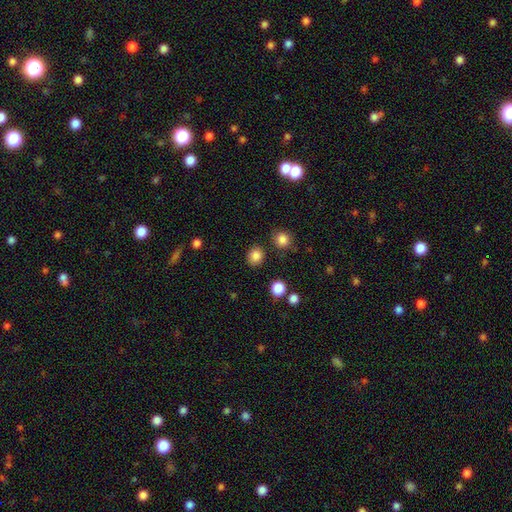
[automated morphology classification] The model was most divided on "how rounded": round: 75%, in between: 24%, cigar-shaped: 1%. More confident: merging — none (86%); smooth or featured — smooth (85%).